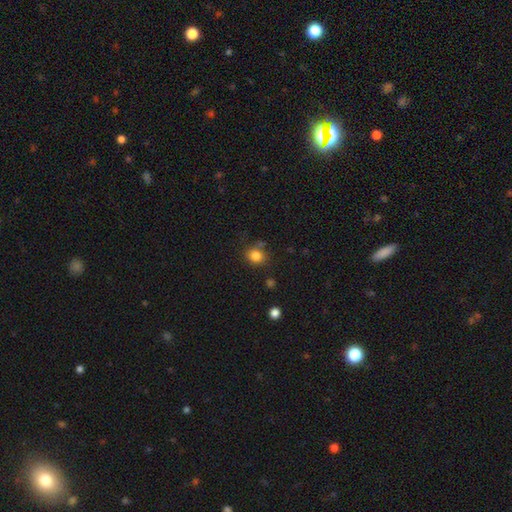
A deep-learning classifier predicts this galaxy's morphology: smooth 83%, star or artifact 12%, featured or disk 5%. Down the decision tree: how rounded — round (76%); merging — none (74%).